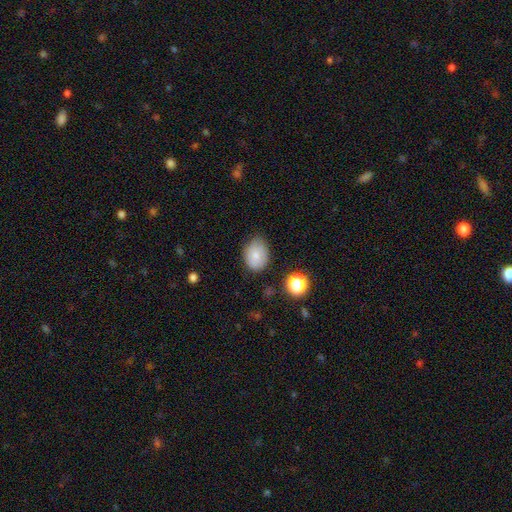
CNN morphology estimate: Smooth or featured? smooth (76%)
How rounded? in between (67%)
Merging? none (68%)